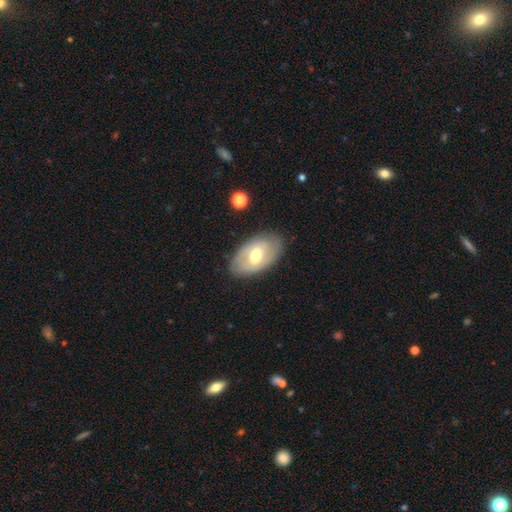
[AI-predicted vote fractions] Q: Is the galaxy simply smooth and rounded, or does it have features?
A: featured or disk — 54%.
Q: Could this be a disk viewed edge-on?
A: no — 91%.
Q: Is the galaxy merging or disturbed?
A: none — 81%.